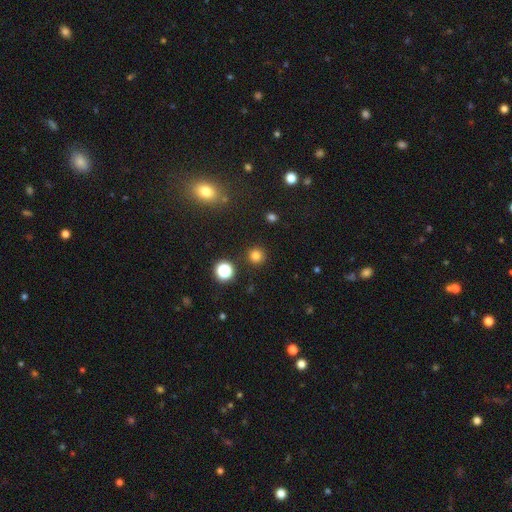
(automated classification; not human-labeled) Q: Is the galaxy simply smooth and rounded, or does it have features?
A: smooth — 78%.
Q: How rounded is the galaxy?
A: round — 95%.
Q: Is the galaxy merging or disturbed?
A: none — 90%.